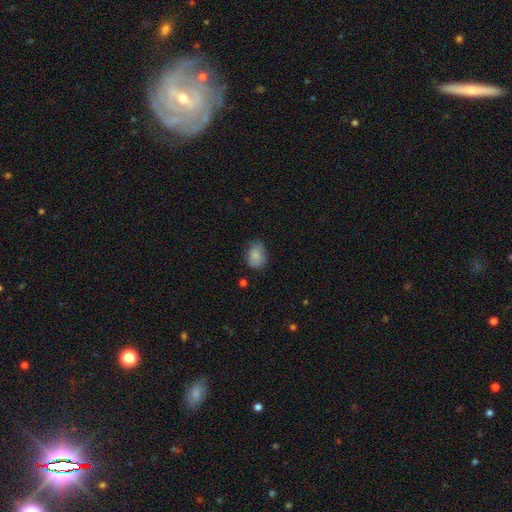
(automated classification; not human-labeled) Smooth or featured? Predicted: smooth (p=0.83). How rounded? Predicted: in between (p=0.64). Merging? Predicted: none (p=0.60).